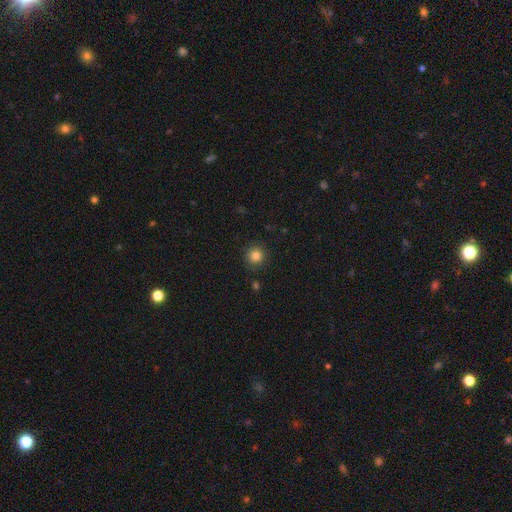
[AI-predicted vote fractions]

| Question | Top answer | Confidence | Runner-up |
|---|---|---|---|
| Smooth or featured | smooth | 82% | star or artifact (12%) |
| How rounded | round | 93% | in between (6%) |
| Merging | none | 89% | minor disturbance (7%) |